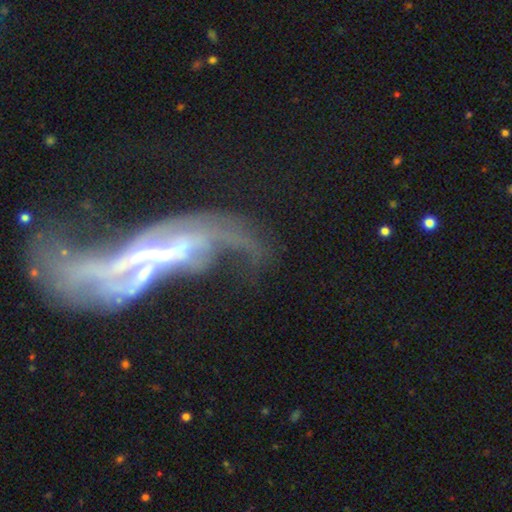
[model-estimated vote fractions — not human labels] A featured or disk galaxy (80%) with no bar (36%), spiral arms (75%) and a small central bulge (53%). Merging: merger (35%).